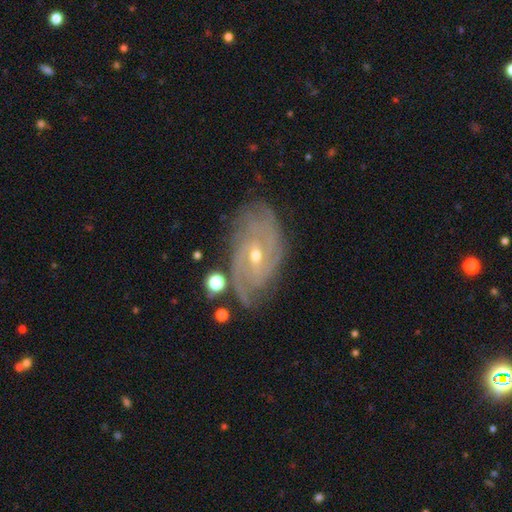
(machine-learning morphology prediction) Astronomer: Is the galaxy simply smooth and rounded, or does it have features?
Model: featured or disk — 87%.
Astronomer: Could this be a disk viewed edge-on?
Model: no — 95%.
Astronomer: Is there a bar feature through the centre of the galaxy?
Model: weak — 48% (runner-up: no, 37%).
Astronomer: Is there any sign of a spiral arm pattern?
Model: yes — 96%.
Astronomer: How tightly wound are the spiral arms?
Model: tight — 63%.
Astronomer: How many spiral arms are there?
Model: can't tell — 29% (runner-up: 2, 24%).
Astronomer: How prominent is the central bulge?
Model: small — 61%.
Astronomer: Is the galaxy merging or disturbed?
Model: none — 71%.